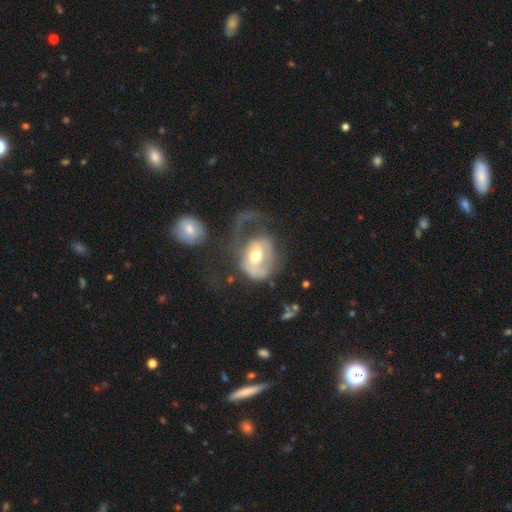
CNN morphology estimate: This appears to be a featured or disk galaxy (57%) with no bar (59%), spiral arms (56%) and a moderate central bulge (70%). Merging: major disturbance (58%).